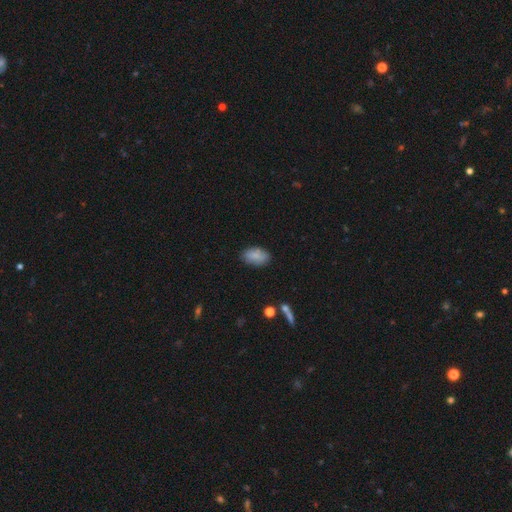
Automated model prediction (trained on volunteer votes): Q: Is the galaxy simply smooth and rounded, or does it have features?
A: smooth — 84%.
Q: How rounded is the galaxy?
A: in between — 92%.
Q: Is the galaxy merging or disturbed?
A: none — 81%.